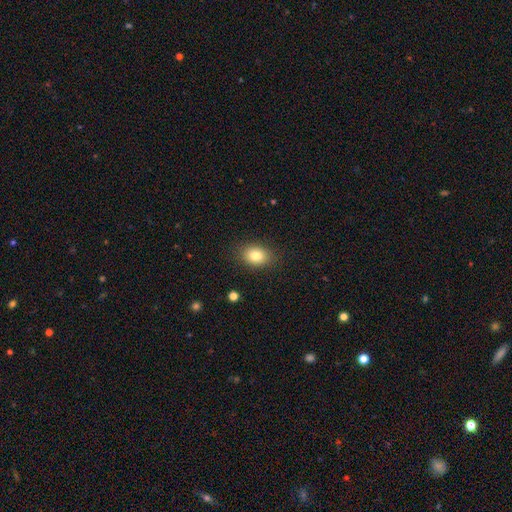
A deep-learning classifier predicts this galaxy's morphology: smooth-or-featured: smooth: 81% | star or artifact: 10% | featured or disk: 9%
  how-rounded: in between: 68% | round: 31% | cigar-shaped: 1%
  merging: none: 87% | minor disturbance: 10% | major disturbance: 3% | merger: 1%